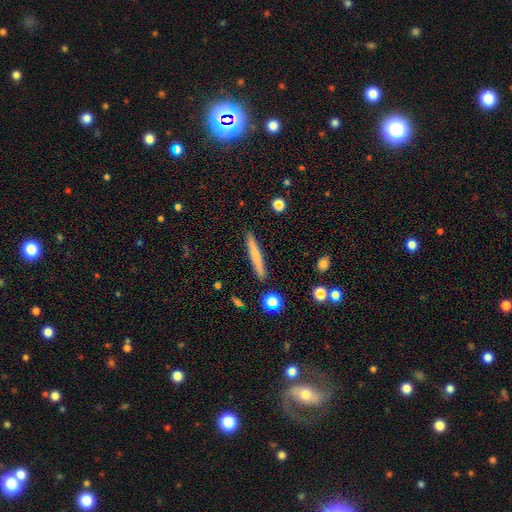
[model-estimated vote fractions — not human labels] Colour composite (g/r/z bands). It shows a smooth galaxy with no disk features (65%) that is cigar-shaped (95%). Merging: none (90%).